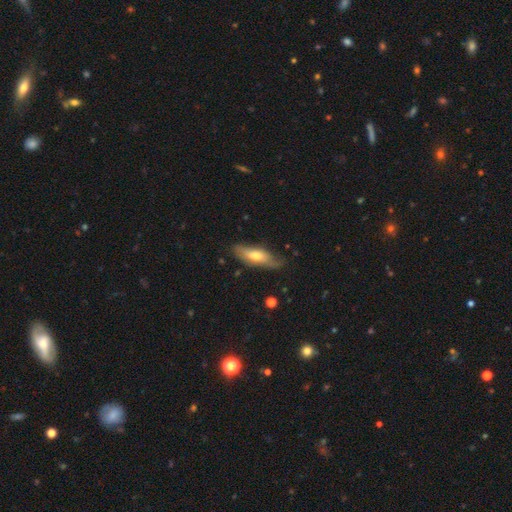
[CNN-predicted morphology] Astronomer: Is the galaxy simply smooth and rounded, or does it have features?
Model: smooth — 53% (runner-up: featured or disk, 40%).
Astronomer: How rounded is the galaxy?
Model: cigar-shaped — 49%, tied with in between at 49%.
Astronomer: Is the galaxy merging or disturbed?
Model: none — 72%.